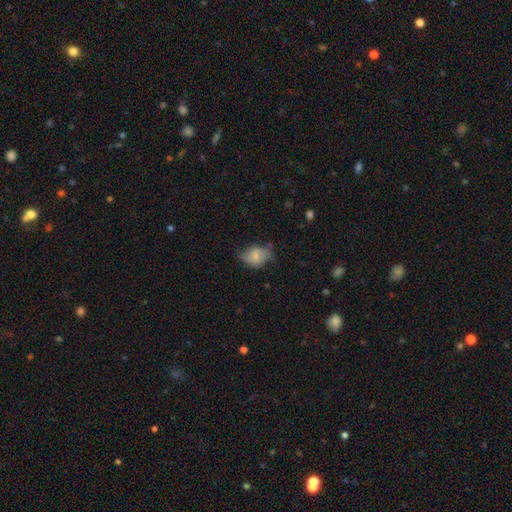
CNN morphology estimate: smooth_or_featured: smooth (p=0.67) [alt: featured or disk p=0.24]
how_rounded: in between (p=0.71) [alt: round p=0.27]
merging: none (p=0.47) [alt: minor disturbance p=0.37]